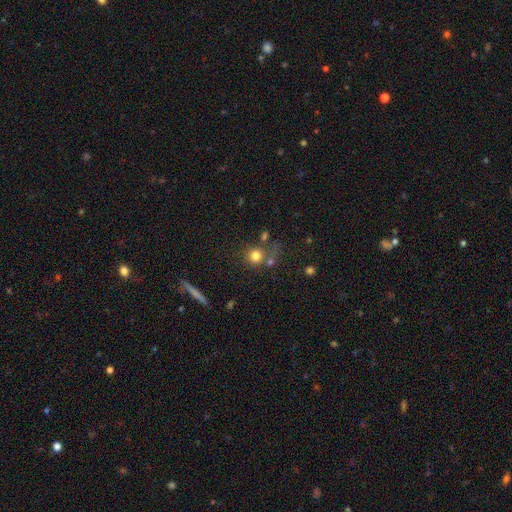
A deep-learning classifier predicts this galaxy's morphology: Overall: smooth (77%). How rounded: round (87%). Merging: none (59%).